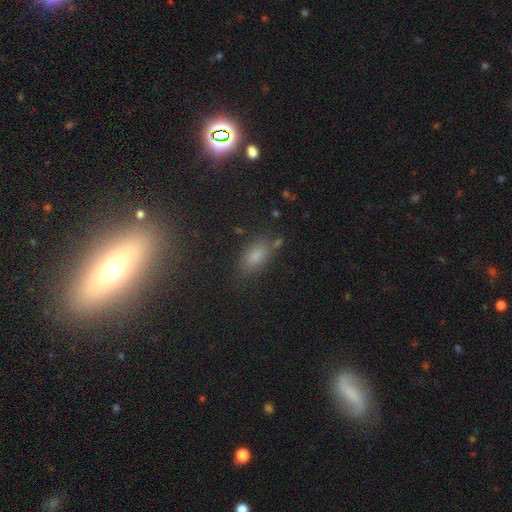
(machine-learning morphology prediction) This appears to be a smooth galaxy with no disk features (72%) that is in between round and cigar-shaped (85%). Merging: none (73%).